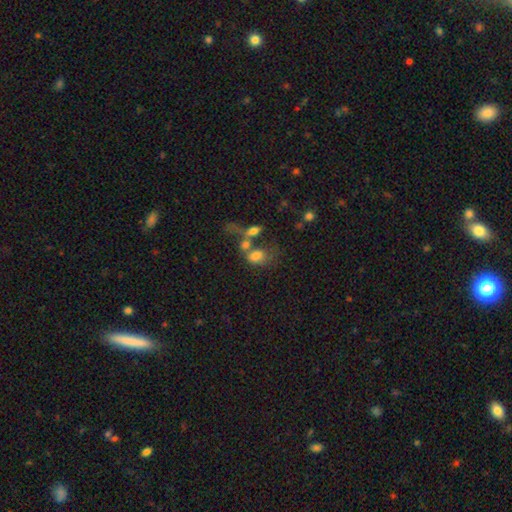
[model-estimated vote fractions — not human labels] smooth-or-featured: smooth: 68% | featured or disk: 20% | star or artifact: 12%
  how-rounded: in between: 78% | round: 19% | cigar-shaped: 3%
  merging: merger: 54% | none: 19% | major disturbance: 17% | minor disturbance: 10%